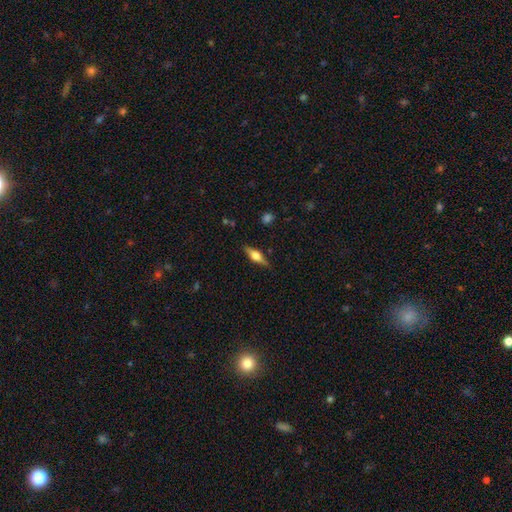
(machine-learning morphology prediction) A featured or disk galaxy (57%) viewed edge-on (95%) with a rounded central bulge (90%). Merging: none (84%).